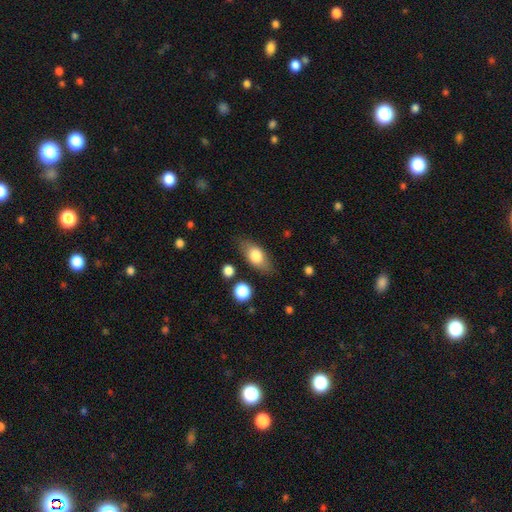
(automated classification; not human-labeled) Smooth or featured? Predicted: smooth (p=0.73). How rounded? Predicted: in between (p=0.81). Merging? Predicted: none (p=0.77).